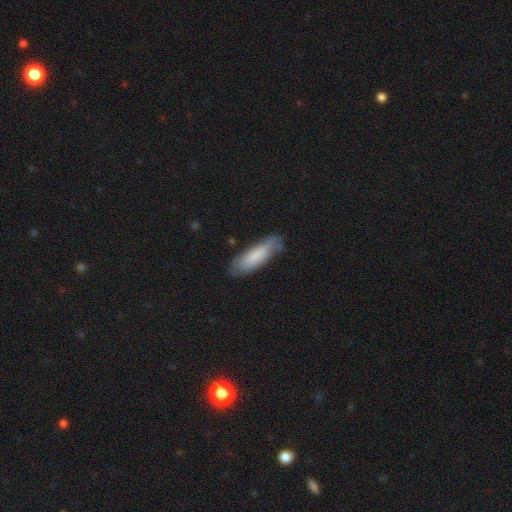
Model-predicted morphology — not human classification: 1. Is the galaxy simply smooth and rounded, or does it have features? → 78% smooth, 16% featured or disk, 6% star or artifact.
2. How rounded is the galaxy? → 50% cigar-shaped, 49% in between, 1% round.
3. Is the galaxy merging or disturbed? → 71% none, 22% minor disturbance, 5% major disturbance, 2% merger.